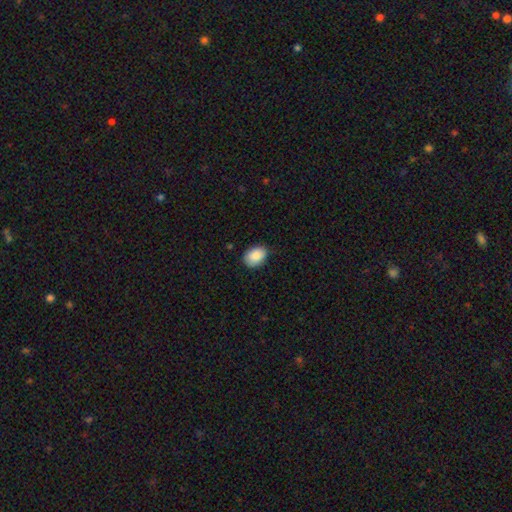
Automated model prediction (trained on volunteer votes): smooth_or_featured: smooth (p=0.89) [alt: star or artifact p=0.07]
how_rounded: in between (p=0.78) [alt: round p=0.21]
merging: none (p=0.81) [alt: minor disturbance p=0.16]